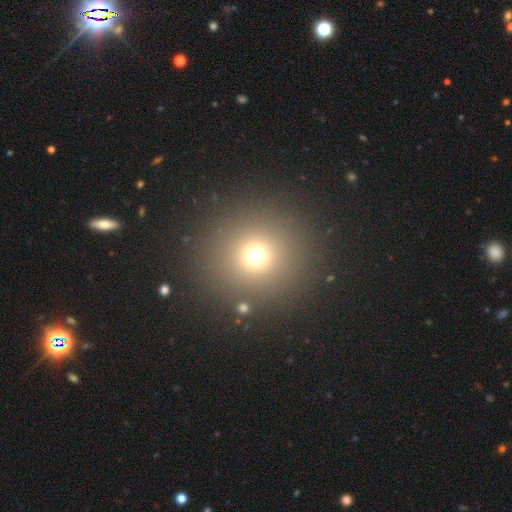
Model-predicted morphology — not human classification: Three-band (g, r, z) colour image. It shows a smooth galaxy with no disk features (68%) that is round (94%). Merging: none (88%).